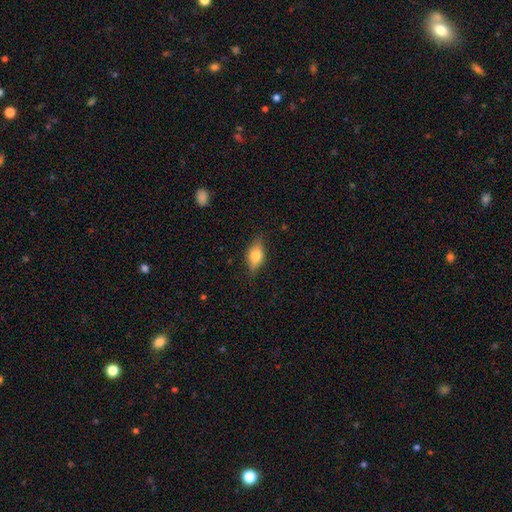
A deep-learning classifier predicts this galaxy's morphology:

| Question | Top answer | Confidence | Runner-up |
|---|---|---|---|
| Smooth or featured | smooth | 65% | featured or disk (27%) |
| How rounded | in between | 80% | cigar-shaped (13%) |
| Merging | none | 80% | minor disturbance (16%) |